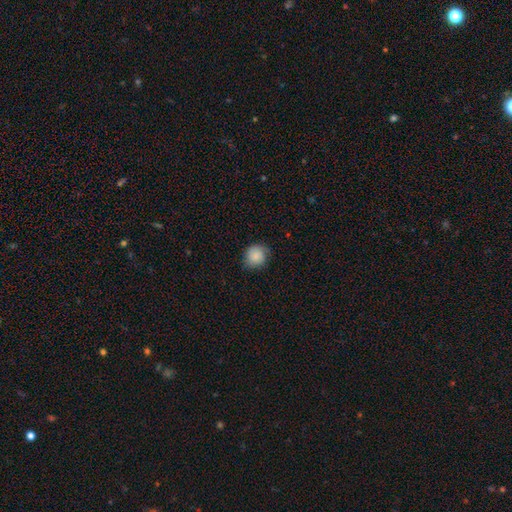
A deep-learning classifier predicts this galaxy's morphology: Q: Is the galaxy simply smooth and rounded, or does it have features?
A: smooth — 86%.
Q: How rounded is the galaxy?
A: round — 84%.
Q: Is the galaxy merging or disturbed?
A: none — 73%.